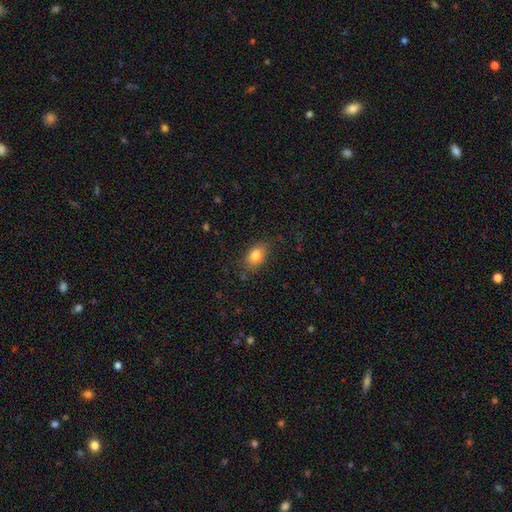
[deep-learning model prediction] This appears to be a smooth galaxy with no disk features (81%) that is in between round and cigar-shaped (77%). Merging: none (80%).